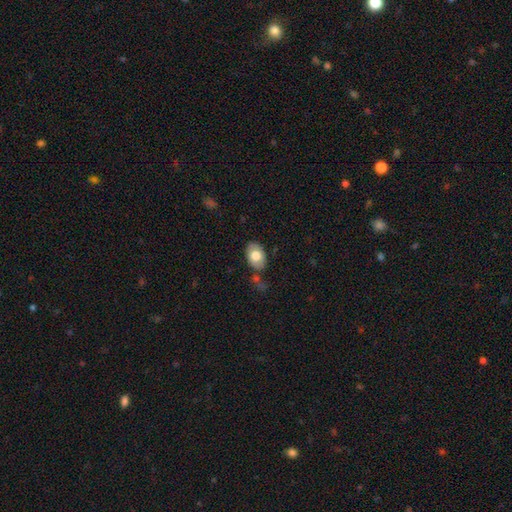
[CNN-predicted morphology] Smooth or featured?
  - smooth: 73% *
  - featured or disk: 21%
  - star or artifact: 6%
How rounded?
  - in between: 86% *
  - round: 13%
  - cigar-shaped: 1%
Merging?
  - none: 70% *
  - minor disturbance: 18%
  - merger: 8%
  - major disturbance: 5%